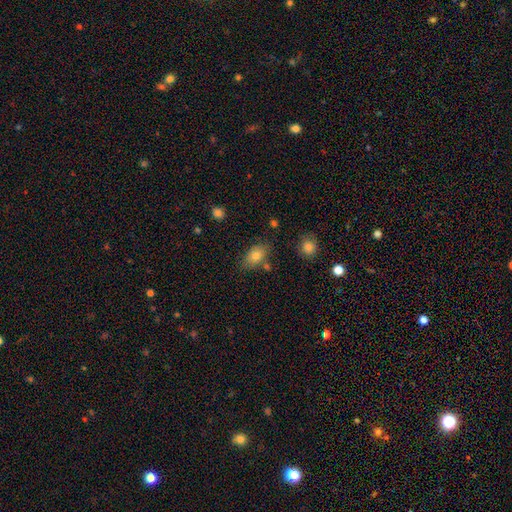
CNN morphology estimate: smooth_or_featured: smooth (p=0.79) [alt: featured or disk p=0.12]
how_rounded: in between (p=0.85) [alt: round p=0.13]
merging: none (p=0.72) [alt: minor disturbance p=0.16]